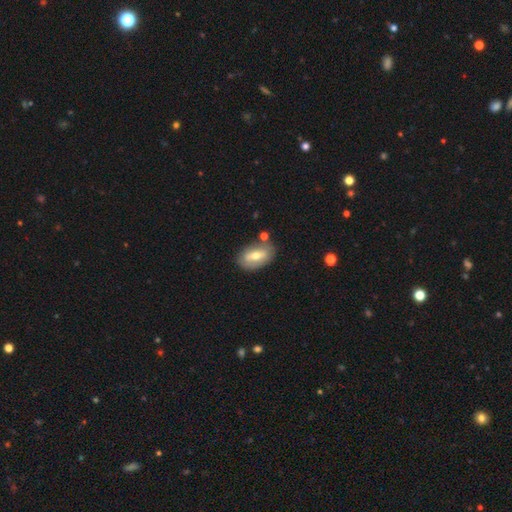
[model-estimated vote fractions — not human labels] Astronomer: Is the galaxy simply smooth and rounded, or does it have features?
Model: smooth — 51% (runner-up: featured or disk, 42%).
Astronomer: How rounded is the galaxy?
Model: in between — 89%.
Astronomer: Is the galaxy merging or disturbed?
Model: none — 73%.